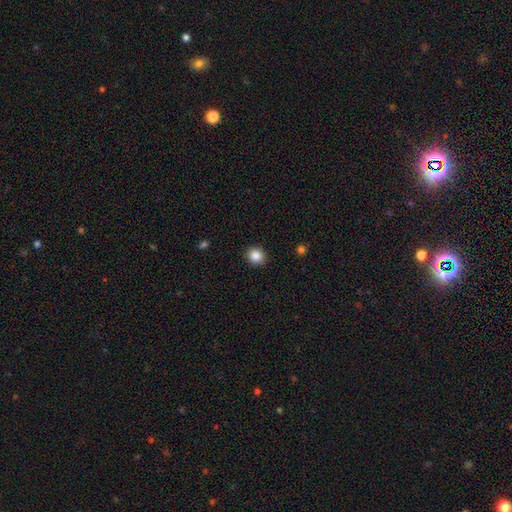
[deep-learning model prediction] Smooth or featured: smooth — 86% (star or artifact — 10%)
How rounded: round — 79% (in between — 20%)
Merging: none — 91% (minor disturbance — 6%)